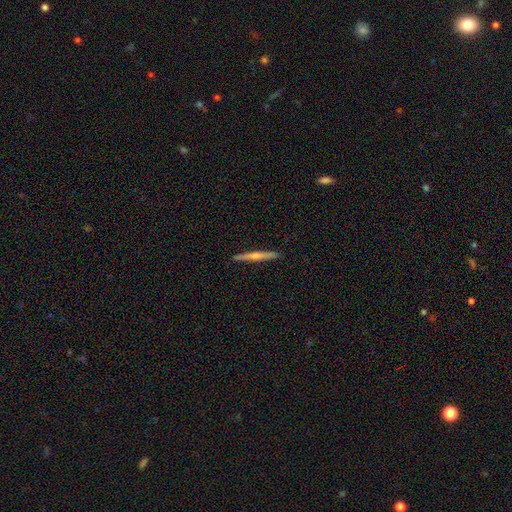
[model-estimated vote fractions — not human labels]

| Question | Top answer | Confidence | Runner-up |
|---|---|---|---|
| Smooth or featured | featured or disk | 64% | smooth (30%) |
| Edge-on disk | yes | 98% | no (2%) |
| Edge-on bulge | rounded | 72% | none (21%) |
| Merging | none | 92% | minor disturbance (5%) |